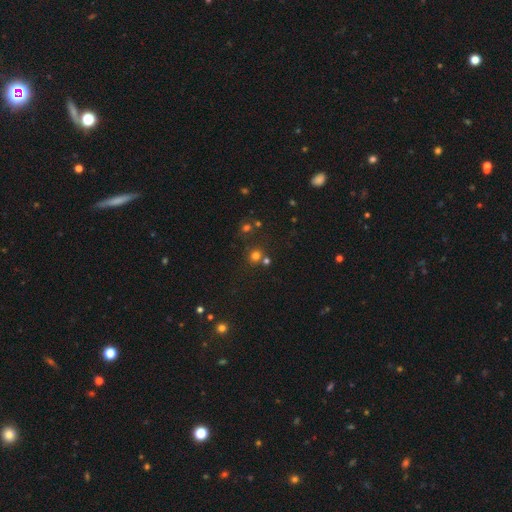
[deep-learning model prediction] smooth 69%, star or artifact 24%, featured or disk 7%. Down the decision tree: how rounded — round (89%); merging — none (70%).